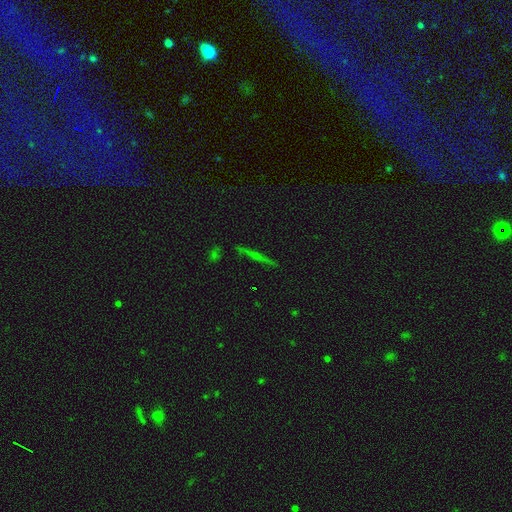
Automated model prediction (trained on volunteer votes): Smooth or featured: featured or disk — 52% (smooth — 31%)
Edge-on disk: yes — 94% (no — 6%)
Merging: none — 87% (minor disturbance — 8%)